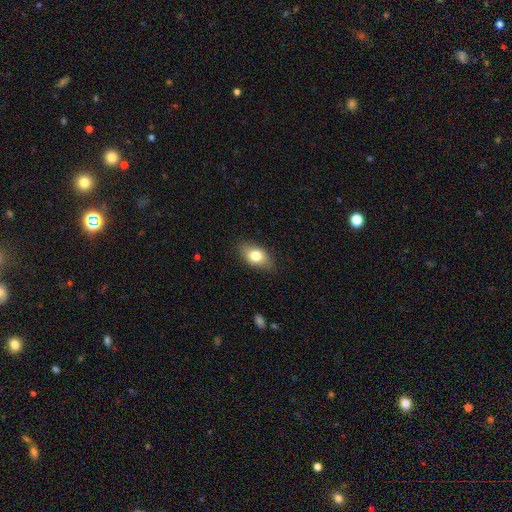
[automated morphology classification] Smooth or featured?
  - smooth: 76% *
  - featured or disk: 16%
  - star or artifact: 8%
How rounded?
  - in between: 85% *
  - round: 11%
  - cigar-shaped: 4%
Merging?
  - none: 83% *
  - minor disturbance: 13%
  - major disturbance: 3%
  - merger: 1%